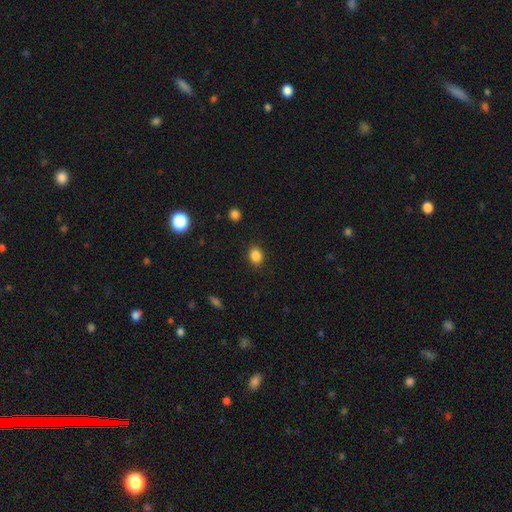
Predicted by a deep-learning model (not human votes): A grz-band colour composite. It shows a smooth galaxy with no disk features (85%) that is in between round and cigar-shaped (53%). Merging: none (86%).